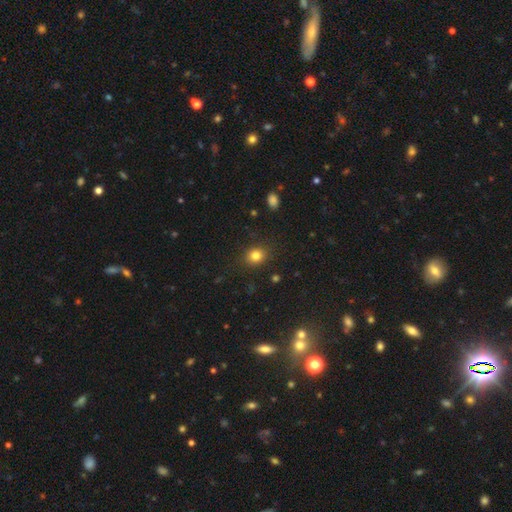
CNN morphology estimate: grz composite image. It shows a smooth galaxy with no disk features (82%) that is round (69%). Merging: none (88%).